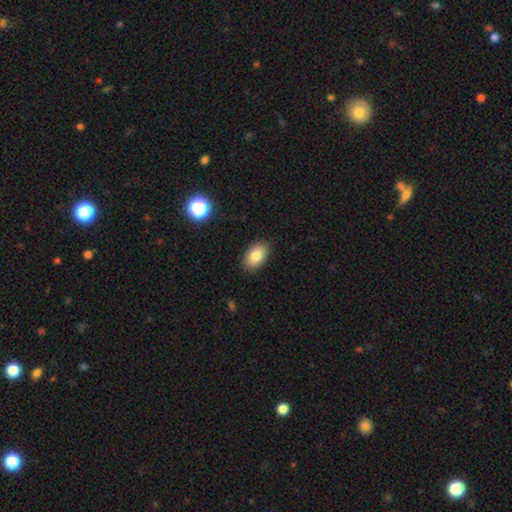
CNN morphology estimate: Smooth or featured? smooth (83%)
How rounded? in between (91%)
Merging? none (88%)